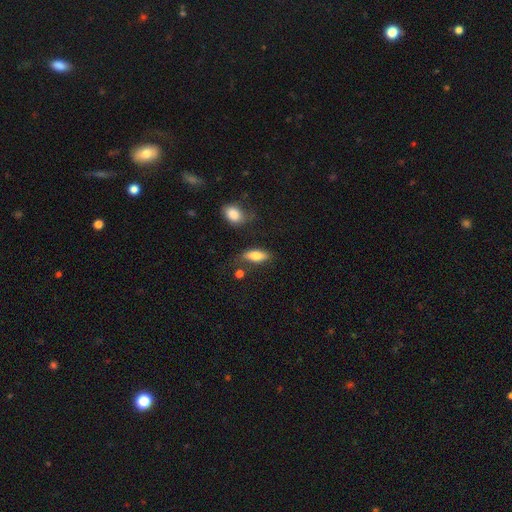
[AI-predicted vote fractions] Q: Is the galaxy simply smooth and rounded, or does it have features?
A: smooth — 80%.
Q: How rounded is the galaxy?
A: in between — 76%.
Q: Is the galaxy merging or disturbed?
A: none — 68%.